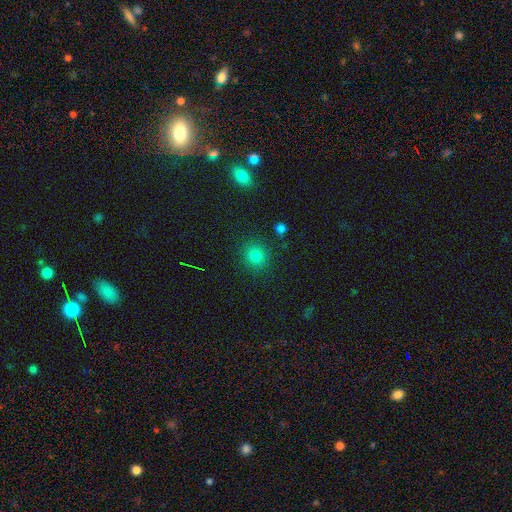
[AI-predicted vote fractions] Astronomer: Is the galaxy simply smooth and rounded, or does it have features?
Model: smooth — 81%.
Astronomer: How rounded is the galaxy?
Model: round — 87%.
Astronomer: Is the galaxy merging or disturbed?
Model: none — 86%.